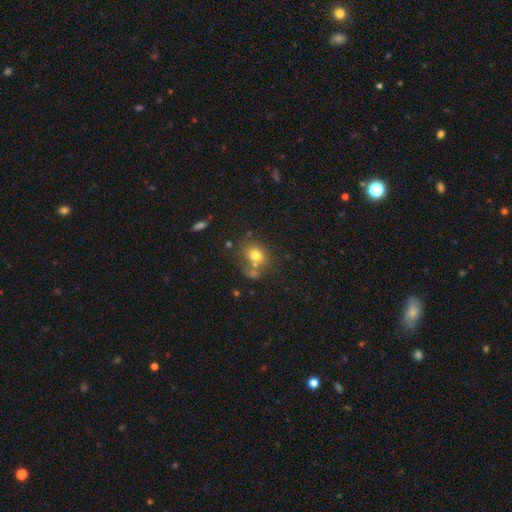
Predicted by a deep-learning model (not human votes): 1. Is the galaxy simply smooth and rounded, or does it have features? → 73% smooth, 15% featured or disk, 12% star or artifact.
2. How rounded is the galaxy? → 51% round, 47% in between, 1% cigar-shaped.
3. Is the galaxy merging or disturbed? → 48% none, 29% merger, 15% minor disturbance, 8% major disturbance.